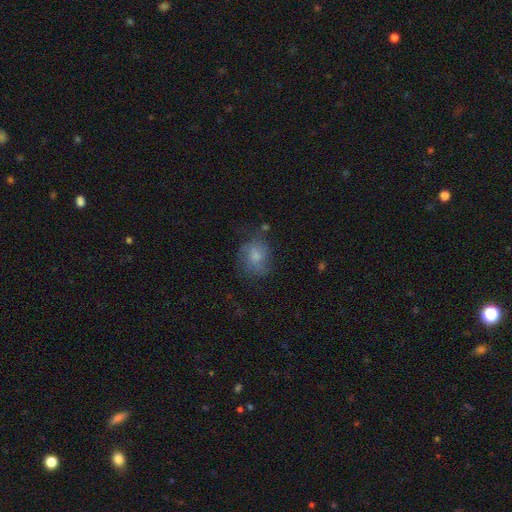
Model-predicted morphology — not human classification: A smooth galaxy with no disk features (59%) that is round (62%).

Vote fractions:
- Smooth or featured? smooth: 59% / featured or disk: 30% / star or artifact: 10%
- How rounded? round: 62% / in between: 37% / cigar-shaped: 1%
- Merging? none: 54% / minor disturbance: 26% / major disturbance: 17% / merger: 3%